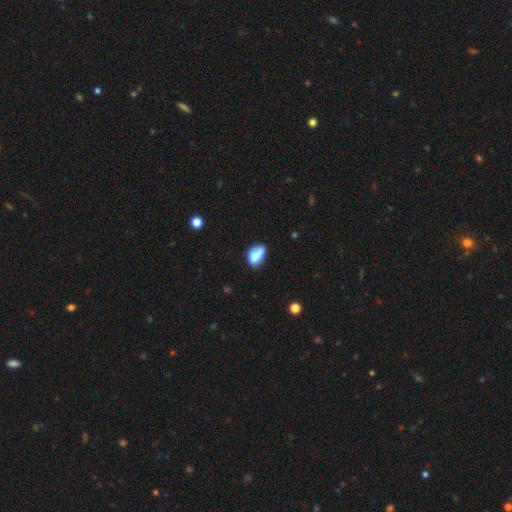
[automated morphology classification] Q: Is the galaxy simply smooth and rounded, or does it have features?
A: smooth — 77%.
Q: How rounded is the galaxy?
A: in between — 82%.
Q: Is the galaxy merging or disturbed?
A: none — 43%.